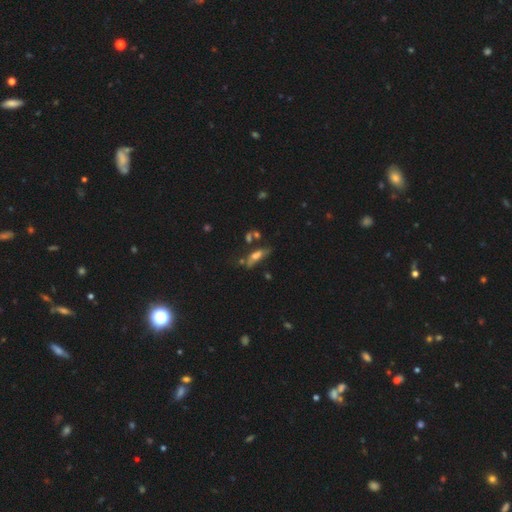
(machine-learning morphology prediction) type=smooth (53%); roundness=in between (54%); merging=none (44%).